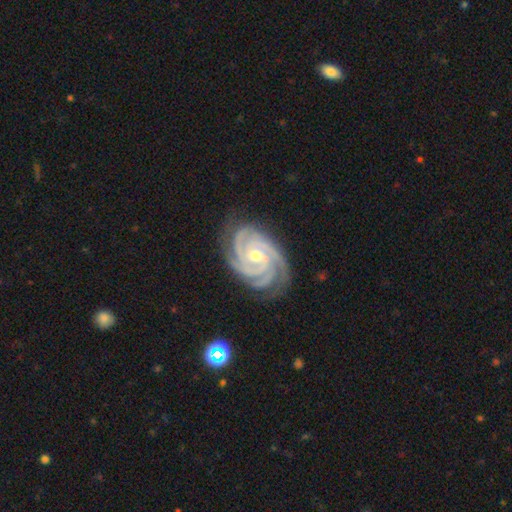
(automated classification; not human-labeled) featured or disk 94%, star or artifact 4%, smooth 2%. Down the decision tree: edge-on disk — no (98%); bar — no (62%); spiral arms — yes (99%); spiral arm count — 3 (40%); spiral winding — tight (80%); bulge size — small (49%); merging — none (80%).